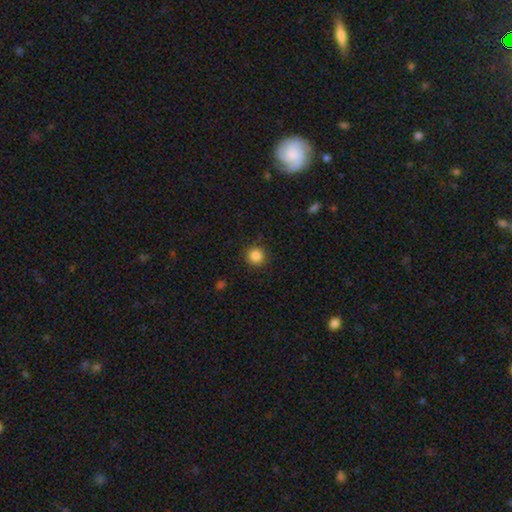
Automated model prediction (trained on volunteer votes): Overall: smooth (85%). How rounded: round (94%). Merging: none (89%).